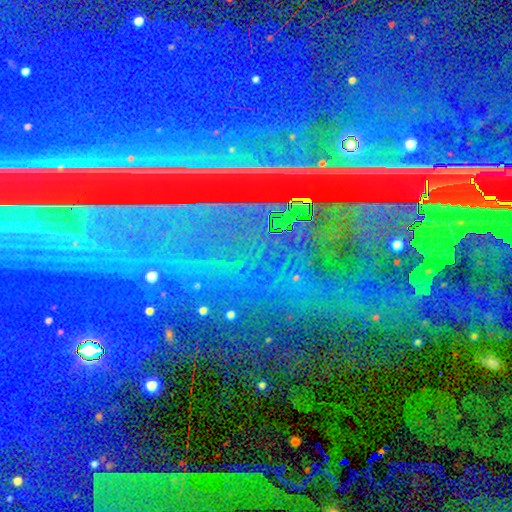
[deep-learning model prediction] The model was most divided on "smooth or featured": star or artifact: 80%, featured or disk: 13%, smooth: 7%.